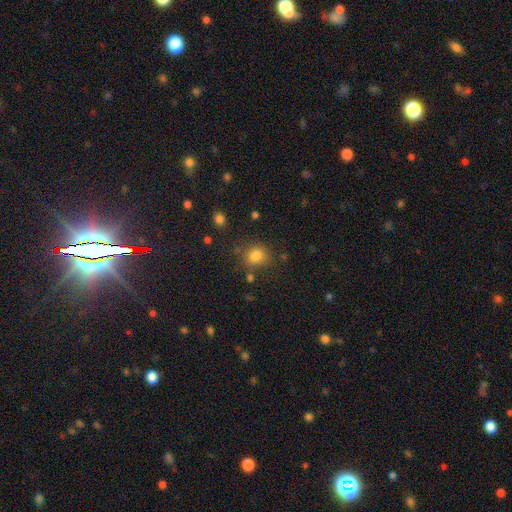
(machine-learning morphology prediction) smooth 82%, star or artifact 13%, featured or disk 6%. Down the decision tree: how rounded — round (74%); merging — none (76%).